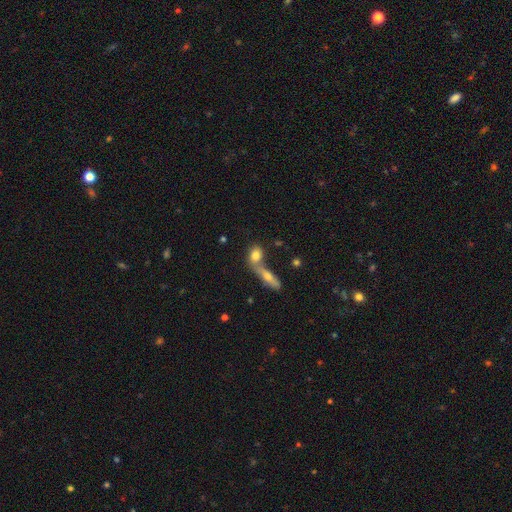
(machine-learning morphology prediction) type=smooth (76%); roundness=in between (53%); merging=merger (49%).